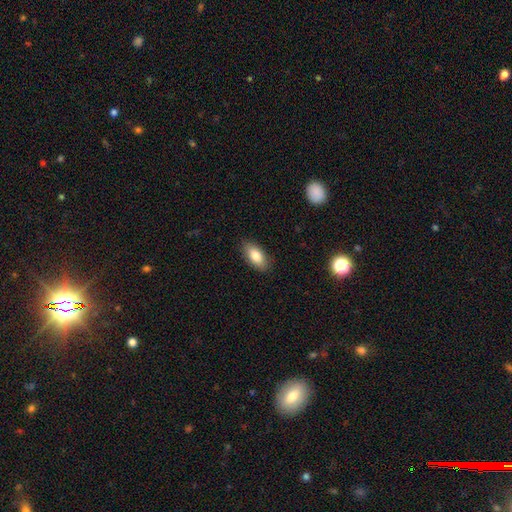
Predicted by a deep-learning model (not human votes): smooth_or_featured: smooth (p=0.82) [alt: featured or disk p=0.11]
how_rounded: in between (p=0.90) [alt: cigar-shaped p=0.06]
merging: none (p=0.87) [alt: minor disturbance p=0.10]